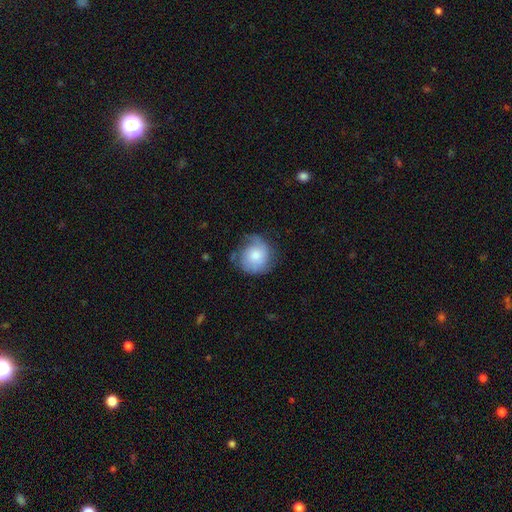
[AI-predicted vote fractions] This appears to be a smooth galaxy with no disk features (54%) that is round (86%). Merging: none (58%).